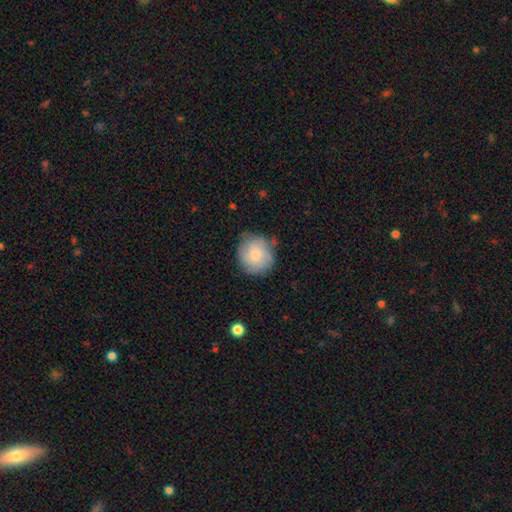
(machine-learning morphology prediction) A smooth galaxy with no disk features (73%) that is round (89%).

Vote fractions:
- Smooth or featured? smooth: 73% / featured or disk: 20% / star or artifact: 7%
- How rounded? round: 89% / in between: 10% / cigar-shaped: 1%
- Merging? none: 73% / minor disturbance: 20% / major disturbance: 5% / merger: 2%